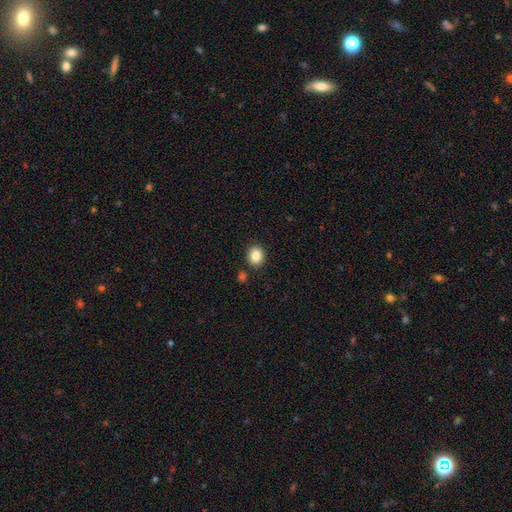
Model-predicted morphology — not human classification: A smooth galaxy with no disk features (86%) that is round (64%).

Vote fractions:
- Smooth or featured? smooth: 86% / star or artifact: 9% / featured or disk: 5%
- How rounded? round: 64% / in between: 35% / cigar-shaped: 1%
- Merging? none: 87% / minor disturbance: 7% / merger: 4% / major disturbance: 2%